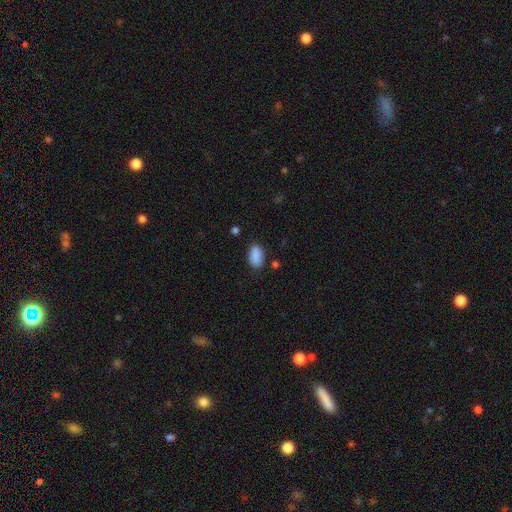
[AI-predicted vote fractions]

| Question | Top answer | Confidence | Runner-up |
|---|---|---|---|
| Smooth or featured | smooth | 89% | star or artifact (7%) |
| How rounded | in between | 93% | round (5%) |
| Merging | none | 81% | minor disturbance (13%) |